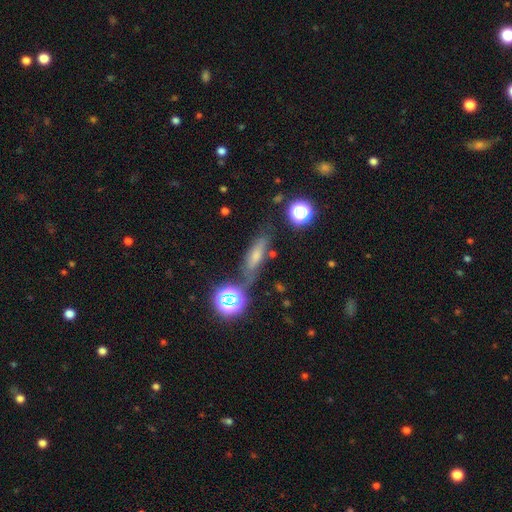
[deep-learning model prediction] Q: Smooth or featured?
A: smooth (45%); runner-up: featured or disk (33%)
Q: Merging?
A: none (72%); runner-up: minor disturbance (15%)